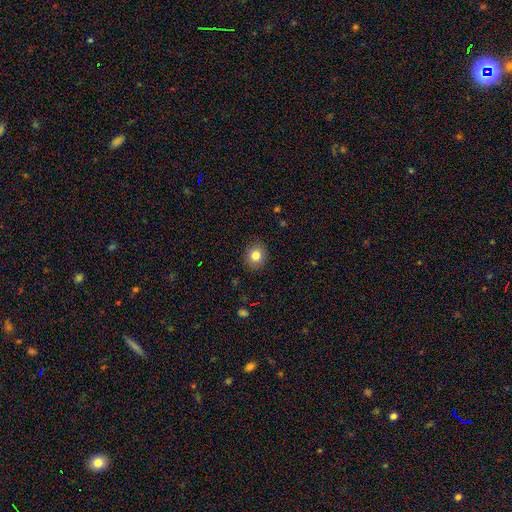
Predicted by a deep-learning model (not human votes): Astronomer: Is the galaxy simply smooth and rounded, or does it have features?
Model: smooth — 82%.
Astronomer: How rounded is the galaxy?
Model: round — 70%.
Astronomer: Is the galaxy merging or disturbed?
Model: none — 89%.